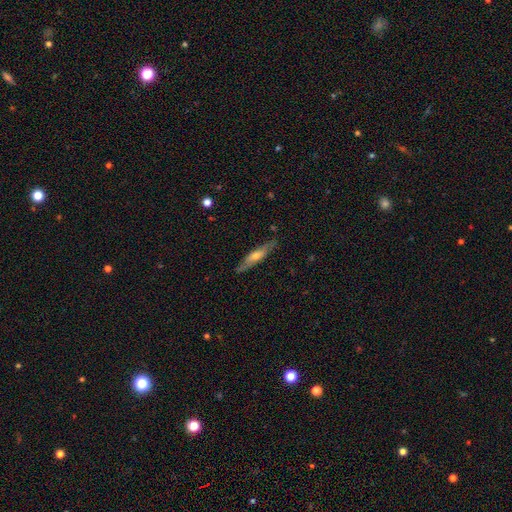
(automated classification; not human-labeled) A featured or disk galaxy (51%) viewed edge-on (77%). Merging: none (83%).